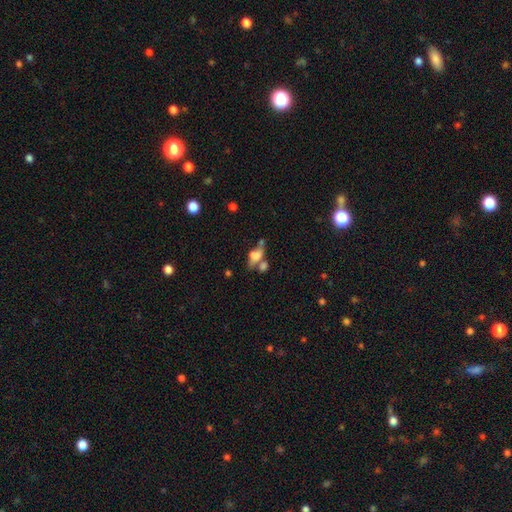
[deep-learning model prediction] Smooth or featured: smooth — 52% (featured or disk — 36%)
How rounded: in between — 73% (cigar-shaped — 16%)
Merging: merger — 38% (none — 31%)